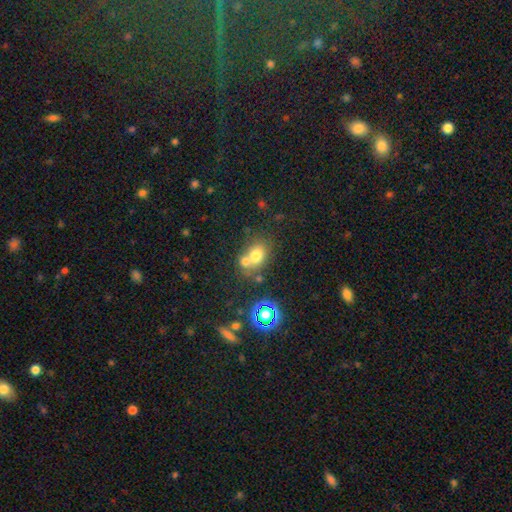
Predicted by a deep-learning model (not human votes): Overall: smooth (71%). How rounded: round (51%; in between 48%). Merging: merger (43%; none 42%).